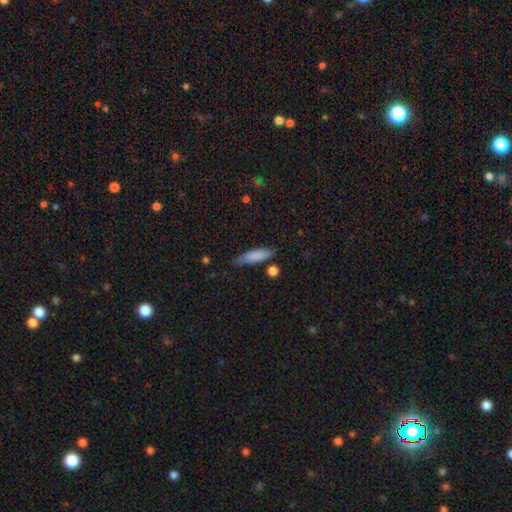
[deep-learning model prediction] Smooth or featured? Predicted: smooth (p=0.80). How rounded? Predicted: cigar-shaped (p=0.71). Merging? Predicted: none (p=0.75).